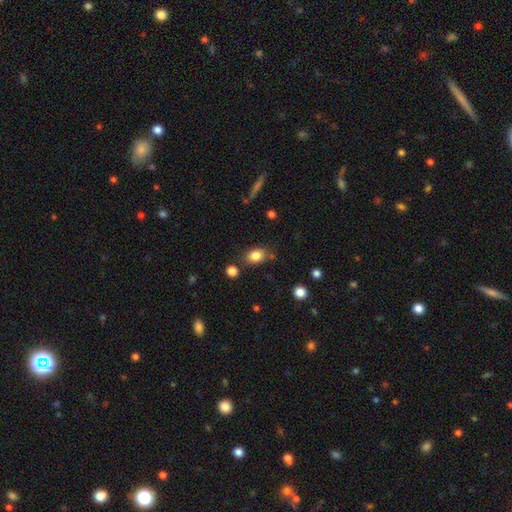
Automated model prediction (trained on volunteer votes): smooth 83%, star or artifact 10%, featured or disk 7%. Down the decision tree: how rounded — in between (70%); merging — none (75%).